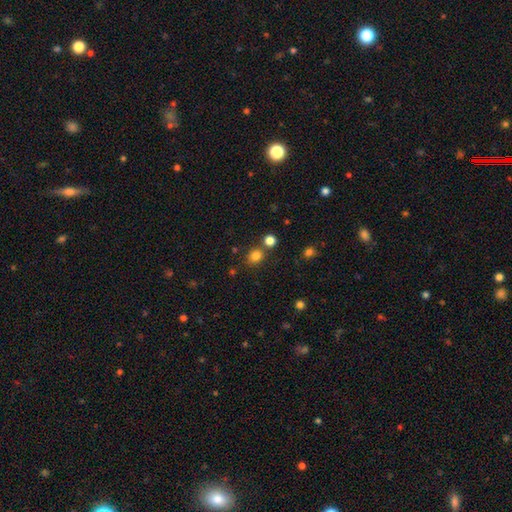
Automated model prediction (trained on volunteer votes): A smooth galaxy with no disk features (81%) that is round (76%).

Vote fractions:
- Smooth or featured? smooth: 81% / star or artifact: 14% / featured or disk: 5%
- How rounded? round: 76% / in between: 23% / cigar-shaped: 1%
- Merging? none: 74% / merger: 14% / minor disturbance: 9% / major disturbance: 3%